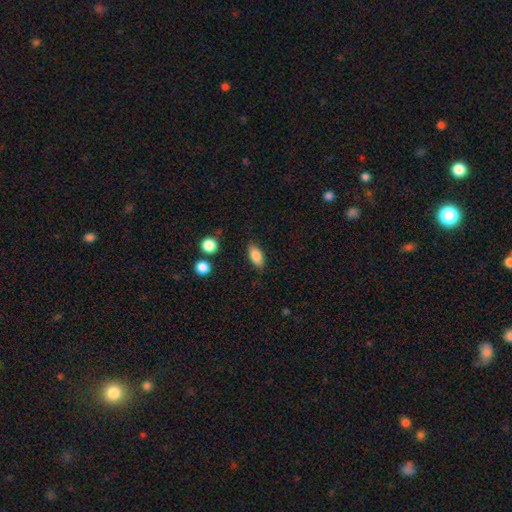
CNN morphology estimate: The model was most divided on "merging": none: 84%, minor disturbance: 12%, major disturbance: 3%, merger: 2%. More confident: how rounded — in between (84%); smooth or featured — smooth (84%).